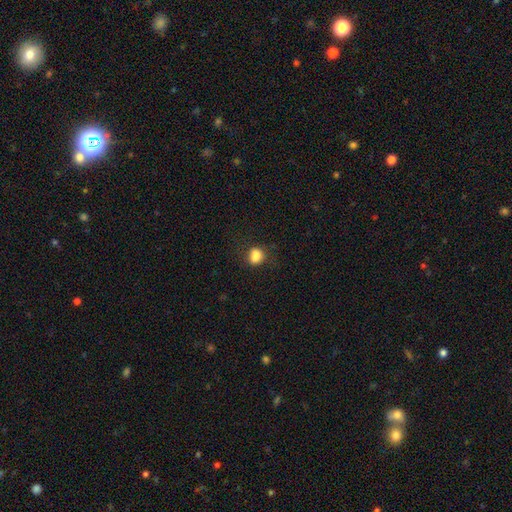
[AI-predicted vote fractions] This is clearly a smooth galaxy (82%). How rounded: possibly in between (50%). Merging: likely none (63%).